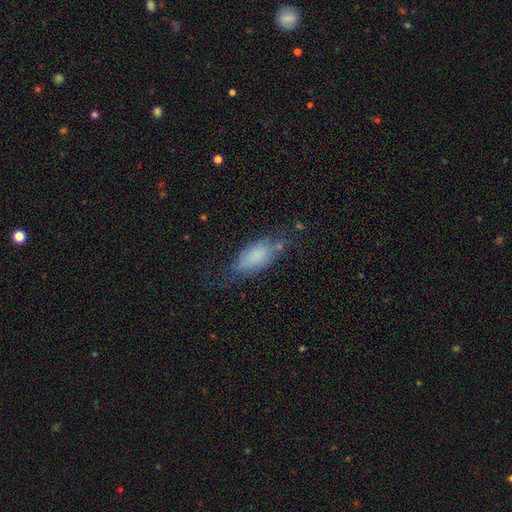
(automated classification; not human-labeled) Q: Smooth or featured?
A: smooth (69%); runner-up: featured or disk (22%)
Q: How rounded?
A: in between (79%); runner-up: cigar-shaped (18%)
Q: Merging?
A: none (53%); runner-up: minor disturbance (28%)